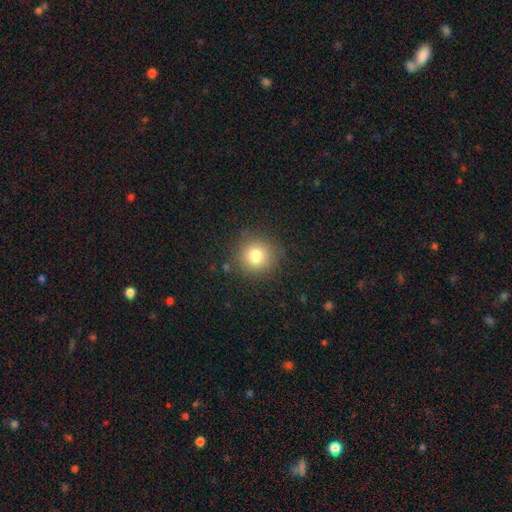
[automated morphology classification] smooth 80%, star or artifact 12%, featured or disk 8%. Down the decision tree: how rounded — round (92%); merging — none (86%).